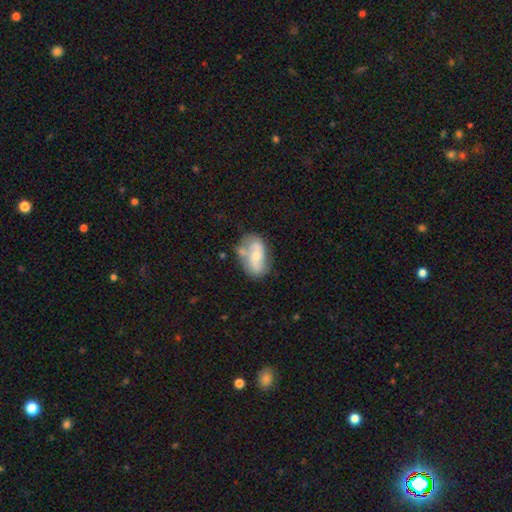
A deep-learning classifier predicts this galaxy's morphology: Smooth or featured?
  - featured or disk: 50% *
  - smooth: 43%
  - star or artifact: 7%
Merging?
  - none: 48% *
  - minor disturbance: 25%
  - merger: 17%
  - major disturbance: 10%